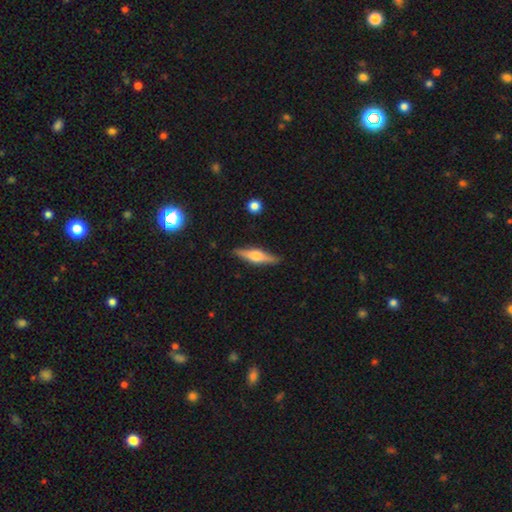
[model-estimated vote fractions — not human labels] Smooth or featured: featured or disk — 62% (smooth — 32%)
Edge-on disk: yes — 96% (no — 4%)
Edge-on bulge: rounded — 89% (boxy — 8%)
Merging: none — 88% (minor disturbance — 8%)